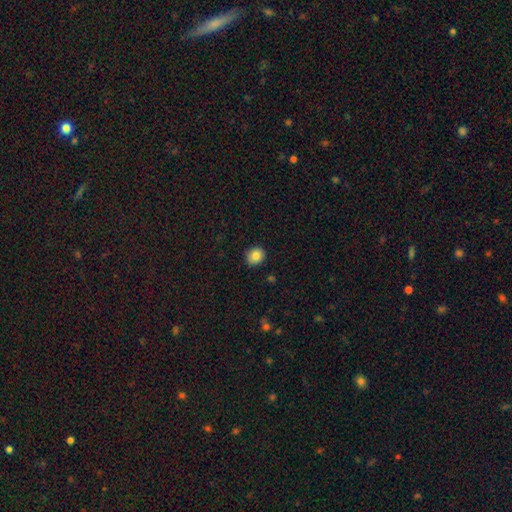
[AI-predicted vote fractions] smooth 84%, star or artifact 9%, featured or disk 7%. Down the decision tree: how rounded — round (79%); merging — none (88%).